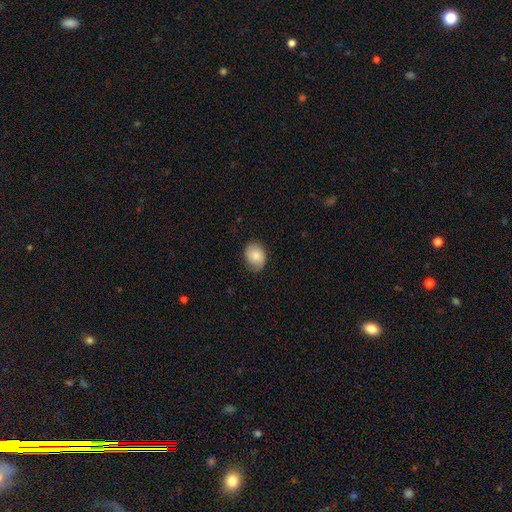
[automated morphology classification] Overall: smooth (76%). How rounded: in between (58%; round 41%). Merging: none (74%).